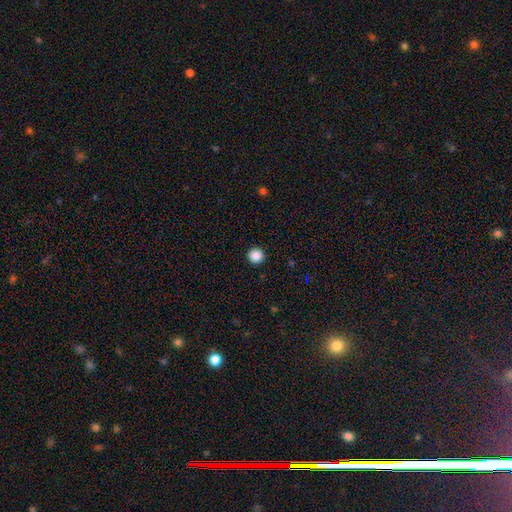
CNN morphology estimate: A smooth galaxy with no disk features (88%) that is round (96%).

Vote fractions:
- Smooth or featured? smooth: 88% / star or artifact: 10% / featured or disk: 2%
- How rounded? round: 96% / in between: 4% / cigar-shaped: 1%
- Merging? none: 93% / minor disturbance: 4% / major disturbance: 2% / merger: 1%